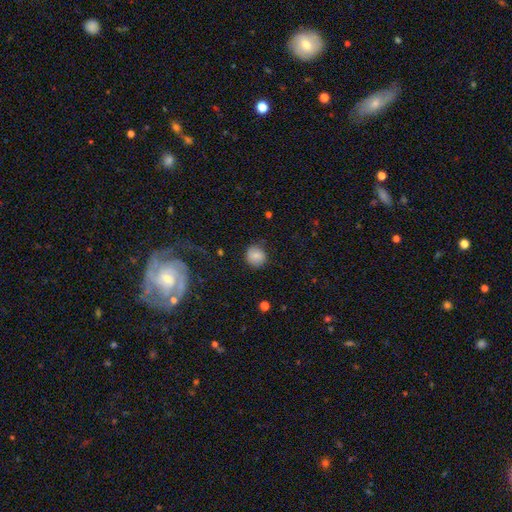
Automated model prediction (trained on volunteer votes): Smooth or featured? Predicted: smooth (p=0.77). How rounded? Predicted: round (p=0.87). Merging? Predicted: none (p=0.78).